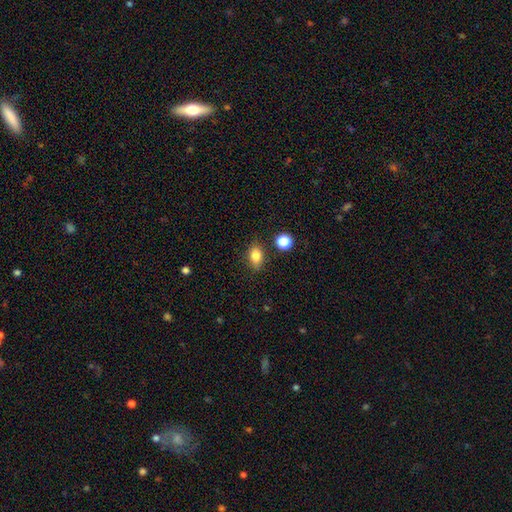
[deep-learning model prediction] Smooth or featured? smooth (82%)
How rounded? in between (75%)
Merging? none (78%)